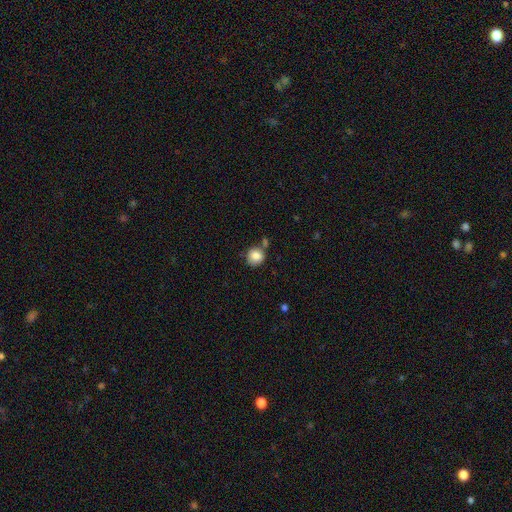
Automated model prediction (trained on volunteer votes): Smooth or featured?
  - smooth: 84% *
  - star or artifact: 9%
  - featured or disk: 8%
How rounded?
  - round: 87% *
  - in between: 12%
  - cigar-shaped: 1%
Merging?
  - none: 66% *
  - minor disturbance: 15%
  - merger: 14%
  - major disturbance: 4%